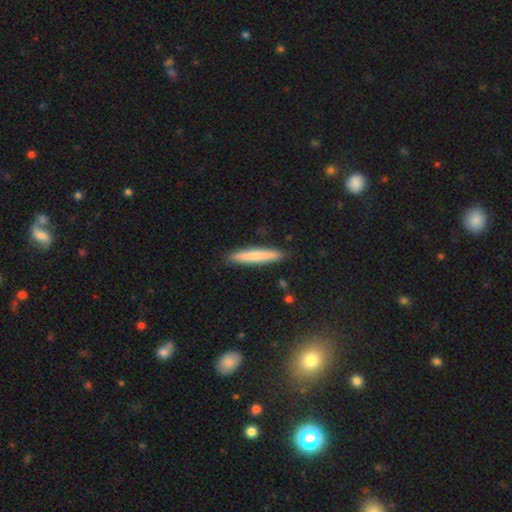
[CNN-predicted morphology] smooth_or_featured: smooth (p=0.73) [alt: featured or disk p=0.21]
how_rounded: cigar-shaped (p=0.93) [alt: in between p=0.05]
merging: none (p=0.90) [alt: minor disturbance p=0.07]